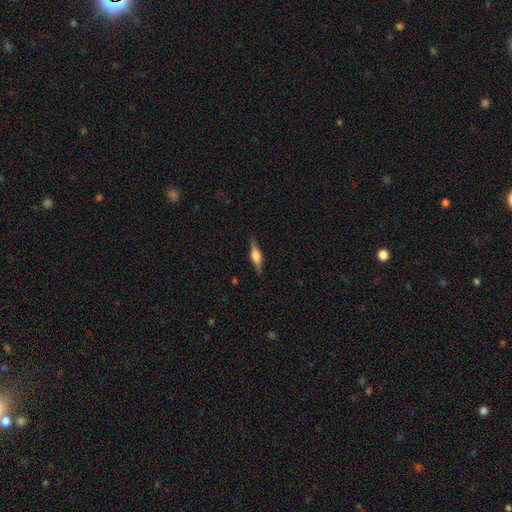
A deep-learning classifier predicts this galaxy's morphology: type=featured or disk (65%); edge-on=yes (97%); edge-on bulge=rounded (82%); merging=none (87%).